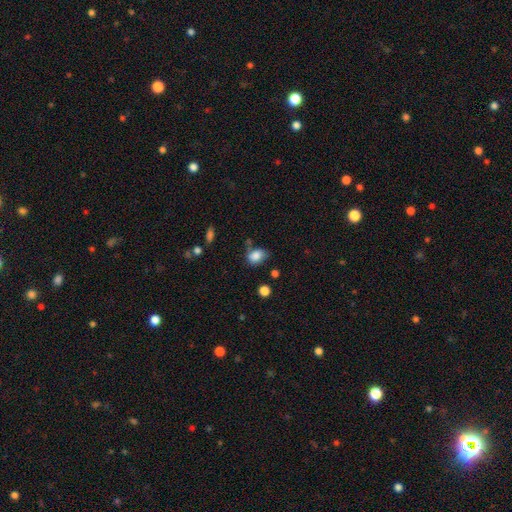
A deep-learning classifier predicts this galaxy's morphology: A smooth galaxy with no disk features (81%) that is in between round and cigar-shaped (73%).

Vote fractions:
- Smooth or featured? smooth: 81% / featured or disk: 10% / star or artifact: 10%
- How rounded? in between: 73% / round: 25% / cigar-shaped: 1%
- Merging? none: 48% / minor disturbance: 31% / major disturbance: 12% / merger: 10%